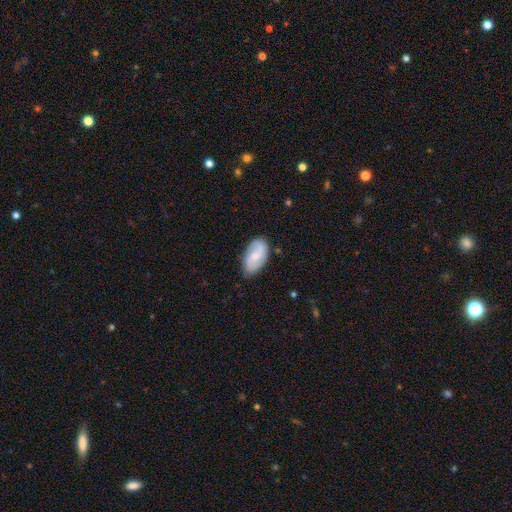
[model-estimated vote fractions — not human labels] Smooth or featured? Predicted: featured or disk (p=0.51). Edge-on disk? Predicted: no (p=0.95). Merging? Predicted: none (p=0.76).